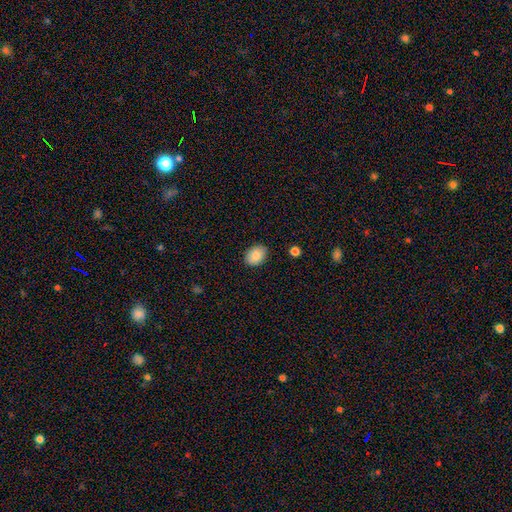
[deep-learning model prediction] Smooth or featured? Predicted: smooth (p=0.86). How rounded? Predicted: in between (p=0.73). Merging? Predicted: none (p=0.87).